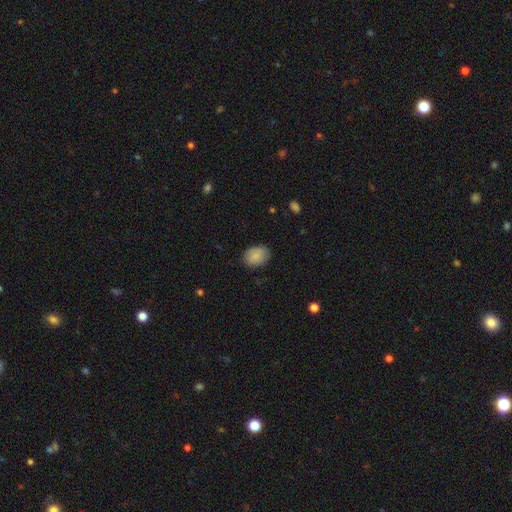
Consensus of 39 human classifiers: This appears to be a smooth galaxy with no disk features (82%) that is in between round and cigar-shaped (72%). Merging: none (84%).